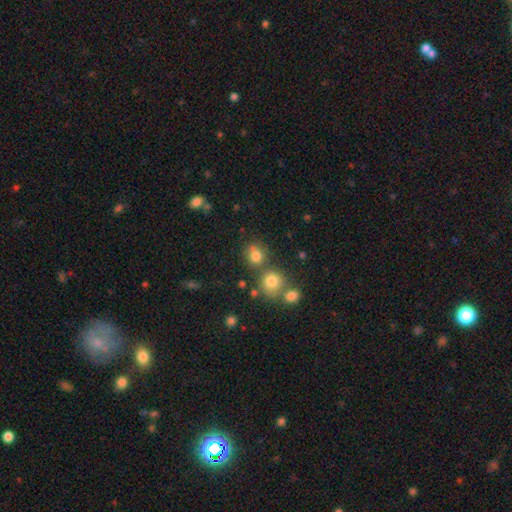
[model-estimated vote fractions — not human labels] Smooth or featured: smooth — 77% (star or artifact — 15%)
How rounded: round — 72% (in between — 27%)
Merging: none — 59% (merger — 23%)